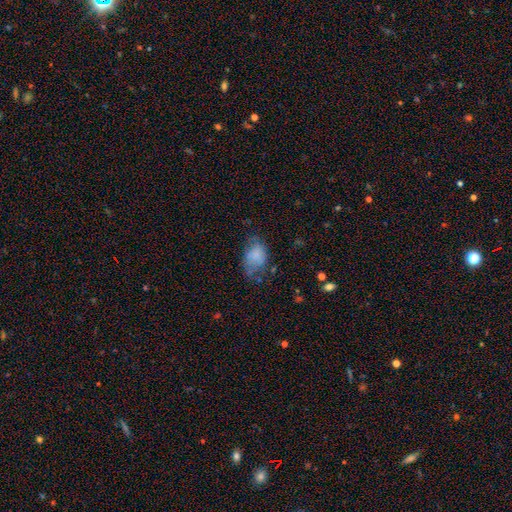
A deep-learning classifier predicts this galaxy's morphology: Smooth or featured: smooth — 73% (featured or disk — 18%)
How rounded: in between — 81% (round — 18%)
Merging: none — 45% (minor disturbance — 33%)